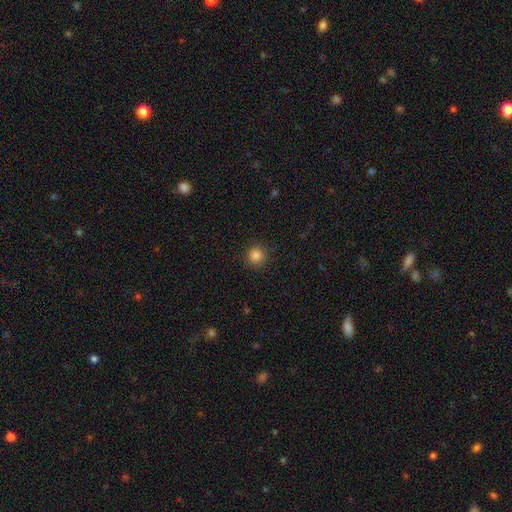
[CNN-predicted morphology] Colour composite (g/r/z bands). It shows a smooth galaxy with no disk features (85%) that is round (95%). Merging: none (90%).